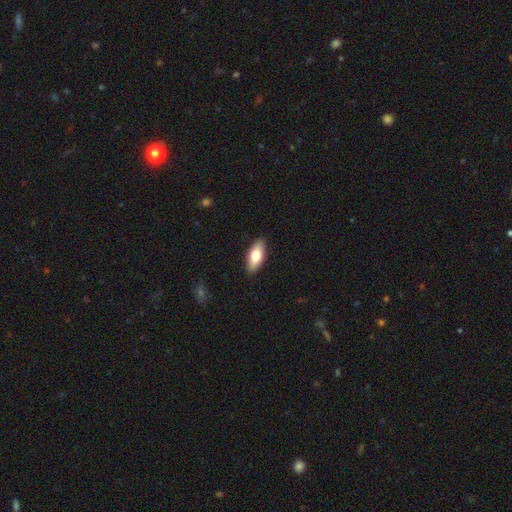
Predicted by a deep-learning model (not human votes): This appears to be a smooth galaxy with no disk features (72%) that is in between round and cigar-shaped (80%). Merging: none (89%).